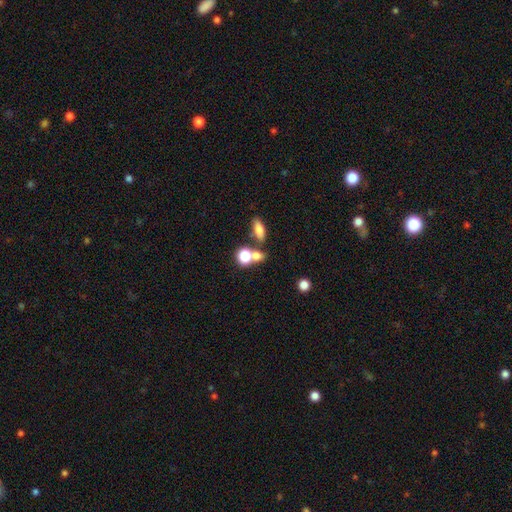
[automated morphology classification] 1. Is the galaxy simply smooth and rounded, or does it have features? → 75% smooth, 14% star or artifact, 12% featured or disk.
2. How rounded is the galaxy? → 57% round, 39% in between, 4% cigar-shaped.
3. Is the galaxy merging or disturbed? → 44% none, 43% merger, 9% minor disturbance, 5% major disturbance.